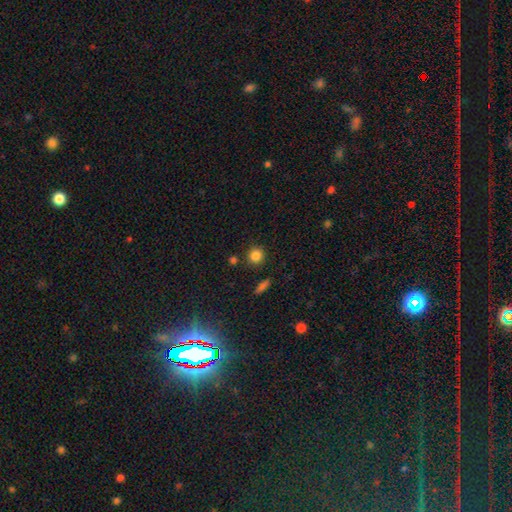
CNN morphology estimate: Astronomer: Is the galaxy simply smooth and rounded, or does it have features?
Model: smooth — 84%.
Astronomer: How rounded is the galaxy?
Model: round — 89%.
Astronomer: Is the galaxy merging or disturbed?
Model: none — 85%.